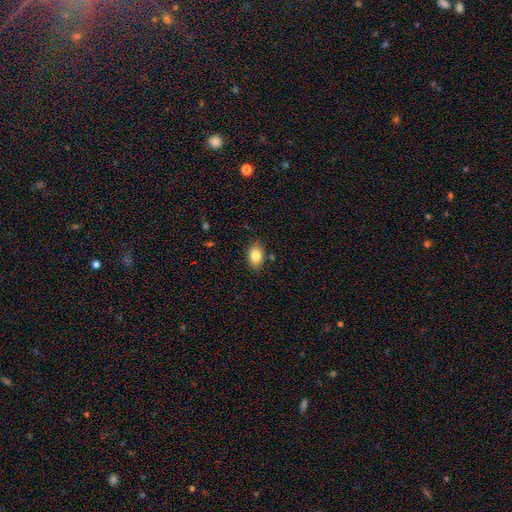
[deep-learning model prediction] Q: Smooth or featured?
A: smooth (82%); runner-up: featured or disk (9%)
Q: How rounded?
A: in between (86%); runner-up: round (12%)
Q: Merging?
A: none (82%); runner-up: minor disturbance (13%)